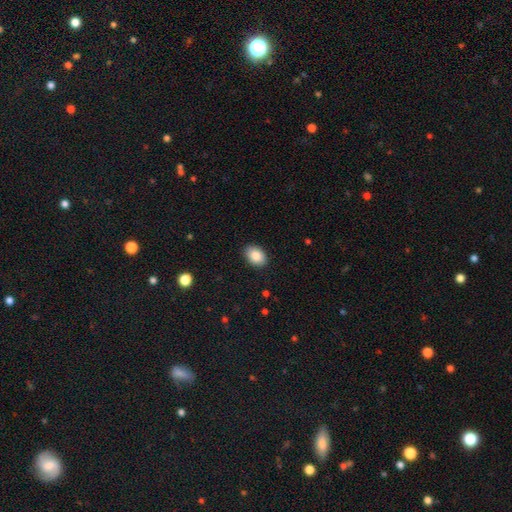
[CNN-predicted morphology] Smooth or featured? Predicted: smooth (p=0.87). How rounded? Predicted: in between (p=0.81). Merging? Predicted: none (p=0.89).